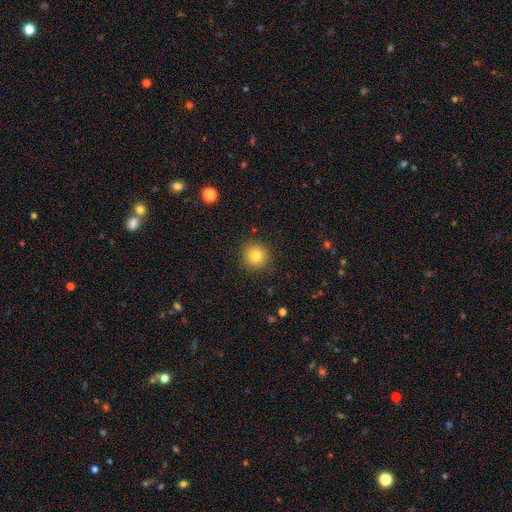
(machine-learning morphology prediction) type=smooth (82%); roundness=round (94%); merging=none (90%).